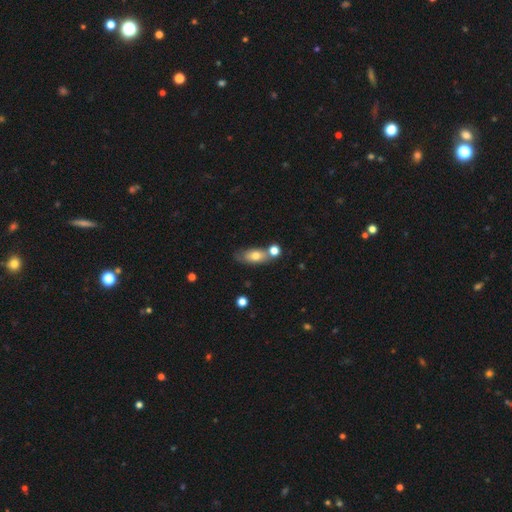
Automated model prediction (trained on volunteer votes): Smooth or featured: smooth — 68% (featured or disk — 24%)
How rounded: in between — 78% (cigar-shaped — 13%)
Merging: none — 53% (merger — 25%)